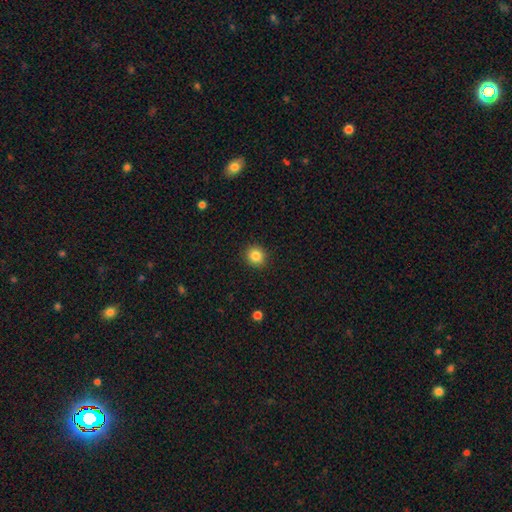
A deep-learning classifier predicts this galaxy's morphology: The model was most divided on "how rounded": round: 86%, in between: 13%, cigar-shaped: 1%. More confident: merging — none (92%); smooth or featured — smooth (84%).